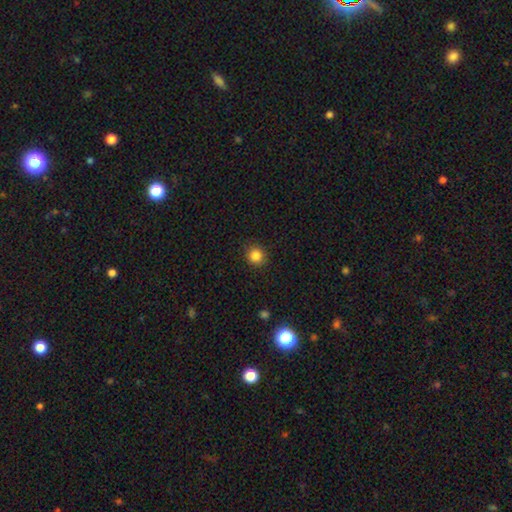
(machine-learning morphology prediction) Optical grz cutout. It shows a smooth galaxy with no disk features (84%) that is round (90%). Merging: none (90%).